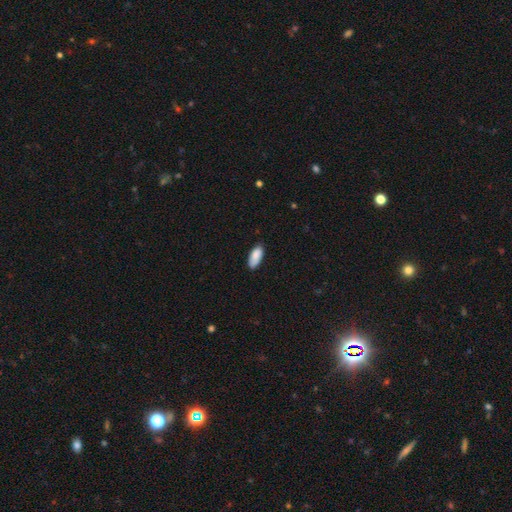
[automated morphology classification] Smooth or featured: smooth — 87% (featured or disk — 7%)
How rounded: in between — 87% (cigar-shaped — 12%)
Merging: none — 78% (minor disturbance — 18%)